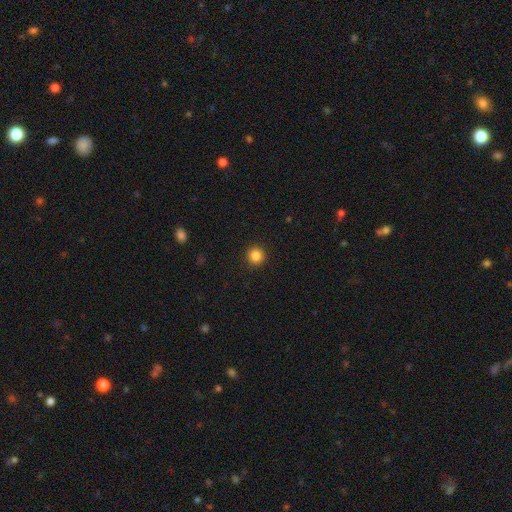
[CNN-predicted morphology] type=smooth (85%); roundness=round (95%); merging=none (93%).